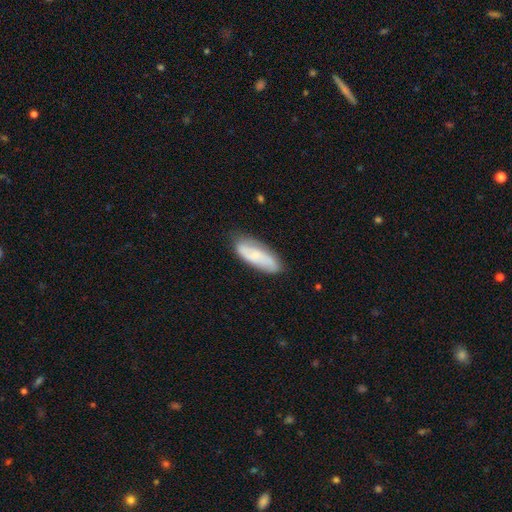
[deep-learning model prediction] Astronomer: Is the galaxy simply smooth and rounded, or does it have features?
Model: featured or disk — 47% (runner-up: smooth, 46%).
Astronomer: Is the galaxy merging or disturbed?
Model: none — 76%.